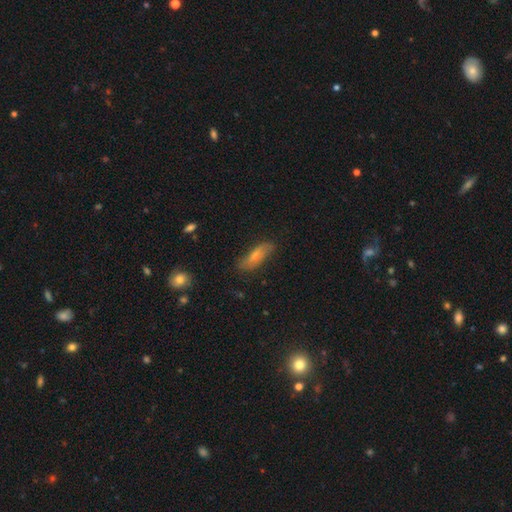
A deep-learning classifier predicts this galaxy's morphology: Q: Smooth or featured?
A: smooth (65%); runner-up: featured or disk (27%)
Q: How rounded?
A: in between (56%); runner-up: cigar-shaped (42%)
Q: Merging?
A: none (75%); runner-up: minor disturbance (19%)